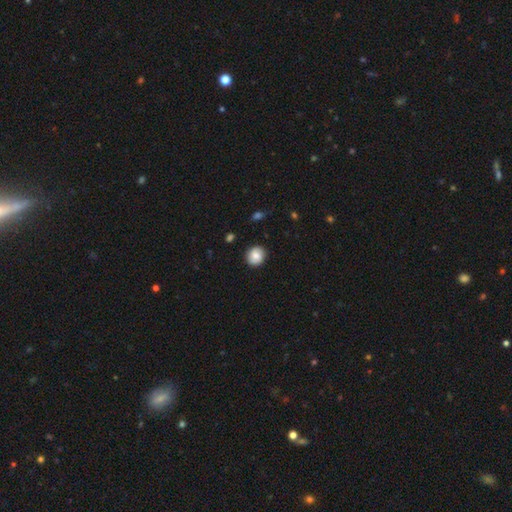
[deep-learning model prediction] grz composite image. It shows a smooth galaxy with no disk features (74%) that is round (83%). Merging: none (86%).